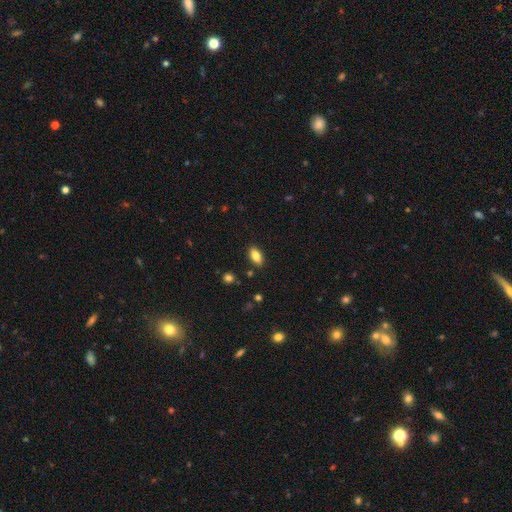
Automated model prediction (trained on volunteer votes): smooth 82%, featured or disk 10%, star or artifact 8%. Down the decision tree: how rounded — in between (89%); merging — none (86%).